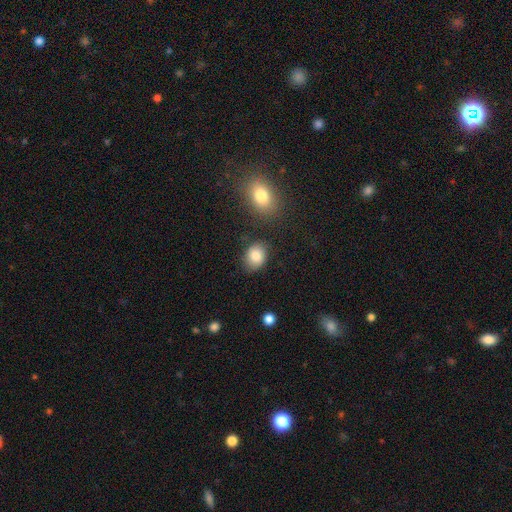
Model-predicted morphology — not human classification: Overall: smooth (85%). How rounded: in between (55%; round 44%). Merging: none (80%).